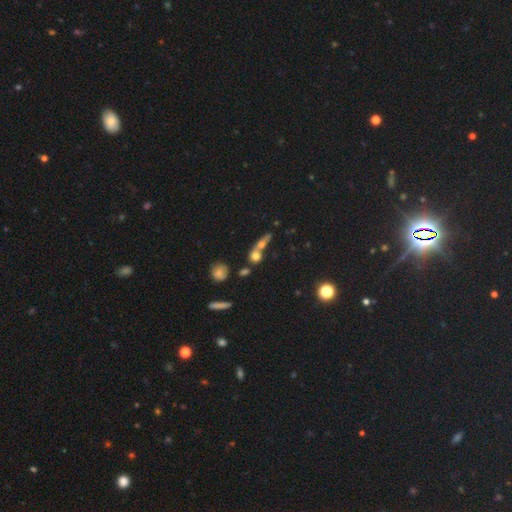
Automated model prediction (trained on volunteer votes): smooth-or-featured: smooth: 63% | featured or disk: 22% | star or artifact: 15%
  how-rounded: round: 55% | in between: 29% | cigar-shaped: 16%
  merging: merger: 52% | none: 34% | minor disturbance: 8% | major disturbance: 6%